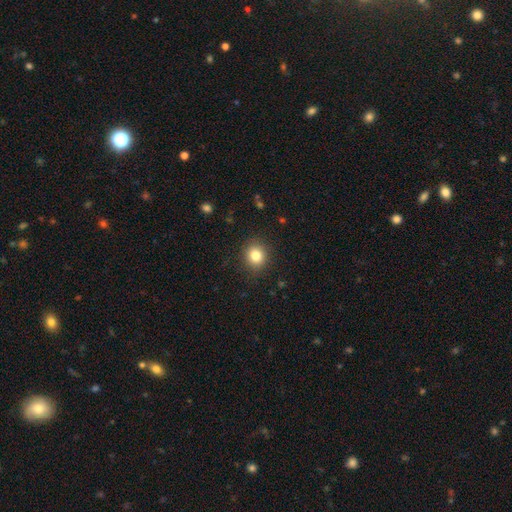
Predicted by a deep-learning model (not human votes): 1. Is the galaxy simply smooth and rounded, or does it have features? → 83% smooth, 11% star or artifact, 6% featured or disk.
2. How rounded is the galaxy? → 81% round, 18% in between, 1% cigar-shaped.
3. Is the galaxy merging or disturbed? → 89% none, 8% minor disturbance, 3% major disturbance, 1% merger.